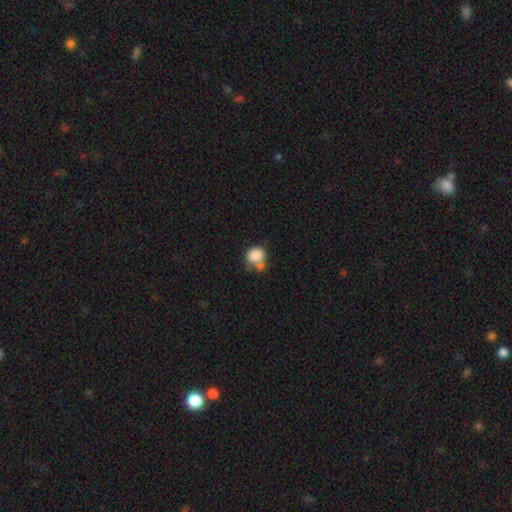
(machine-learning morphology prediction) Q: Smooth or featured?
A: smooth (84%); runner-up: star or artifact (9%)
Q: How rounded?
A: round (76%); runner-up: in between (23%)
Q: Merging?
A: none (43%); runner-up: merger (31%)